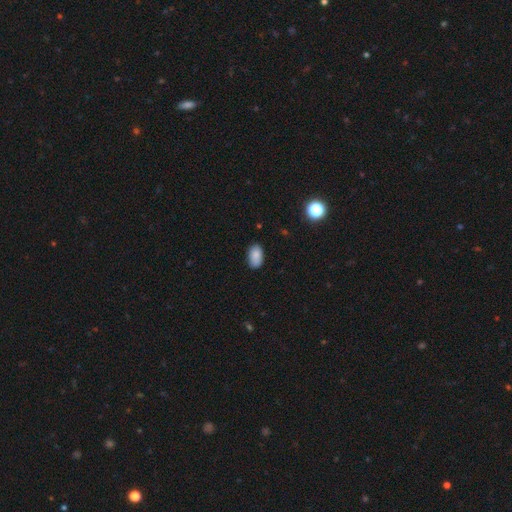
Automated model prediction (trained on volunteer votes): Q: Smooth or featured?
A: smooth (87%); runner-up: star or artifact (9%)
Q: How rounded?
A: in between (93%); runner-up: round (5%)
Q: Merging?
A: none (84%); runner-up: minor disturbance (13%)